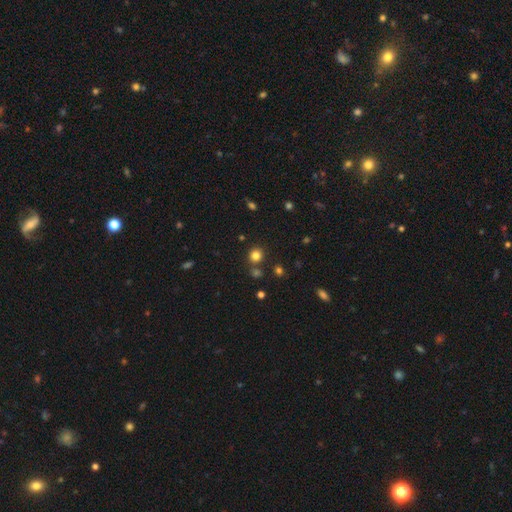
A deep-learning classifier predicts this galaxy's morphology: A smooth galaxy with no disk features (79%) that is round (90%). Merging: none (81%).